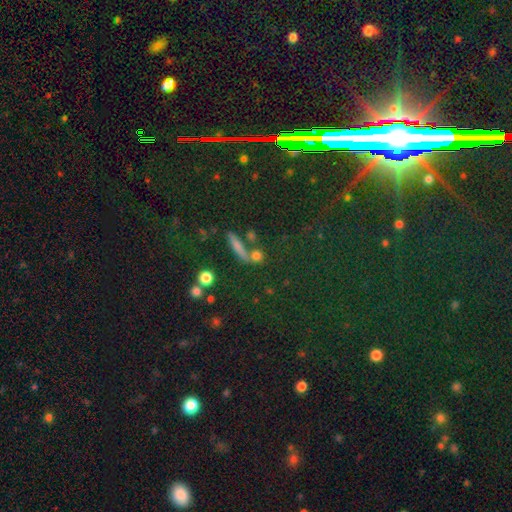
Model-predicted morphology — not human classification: Q: Smooth or featured?
A: smooth (55%); runner-up: star or artifact (28%)
Q: How rounded?
A: cigar-shaped (41%); runner-up: round (35%)
Q: Merging?
A: none (64%); runner-up: merger (19%)